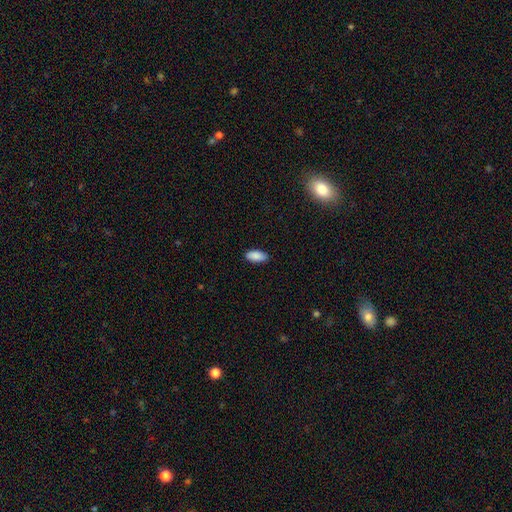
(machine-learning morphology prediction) smooth 88%, star or artifact 6%, featured or disk 5%. Down the decision tree: how rounded — in between (89%); merging — none (86%).